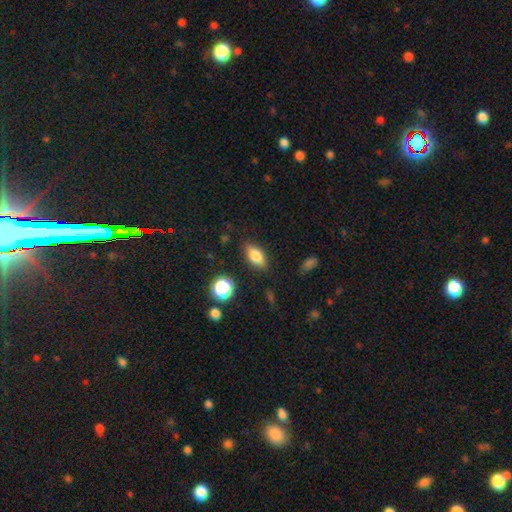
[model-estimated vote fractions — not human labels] Overall: smooth (71%). How rounded: in between (79%). Merging: none (83%).